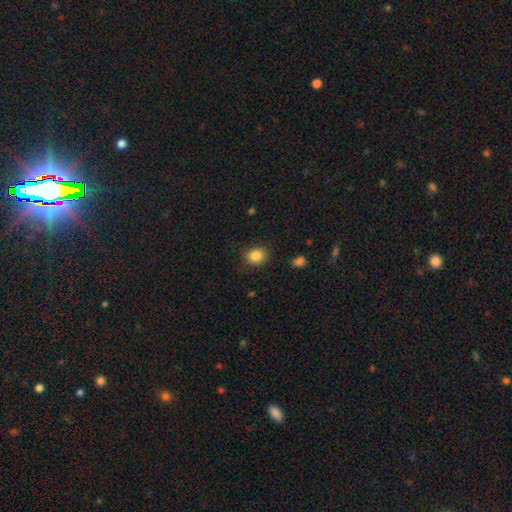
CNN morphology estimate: Overall: smooth (85%). How rounded: round (61%; in between 38%). Merging: none (84%).